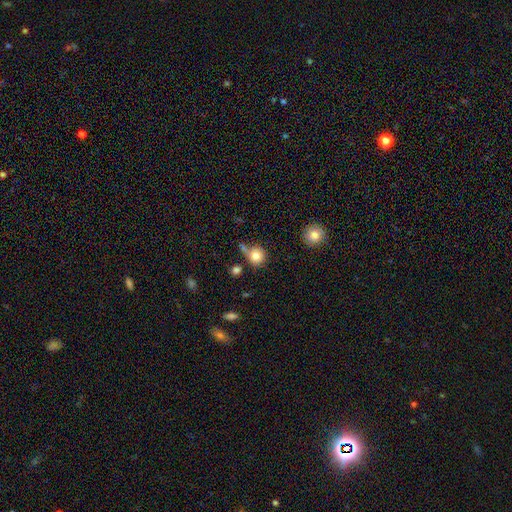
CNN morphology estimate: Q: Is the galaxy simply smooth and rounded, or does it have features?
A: smooth — 82%.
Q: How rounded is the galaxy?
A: round — 90%.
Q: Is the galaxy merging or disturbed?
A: none — 59%.